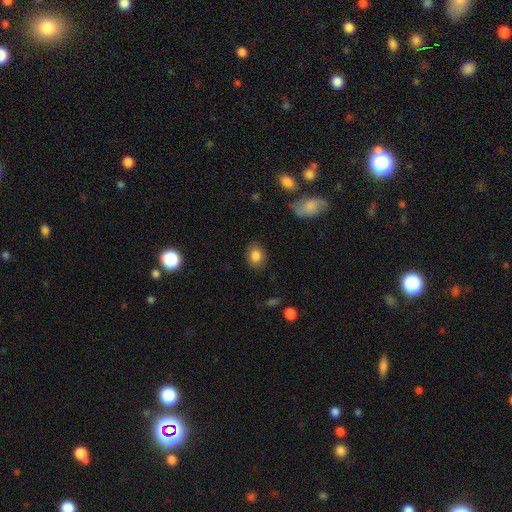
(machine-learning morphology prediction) Smooth or featured? smooth (83%)
How rounded? in between (57%)
Merging? none (85%)